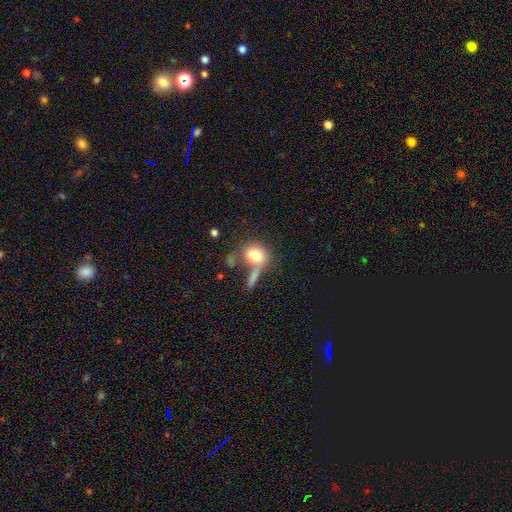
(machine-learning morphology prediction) Smooth or featured: smooth — 74% (featured or disk — 17%)
How rounded: in between — 49% (round — 48%)
Merging: merger — 35% (none — 34%)